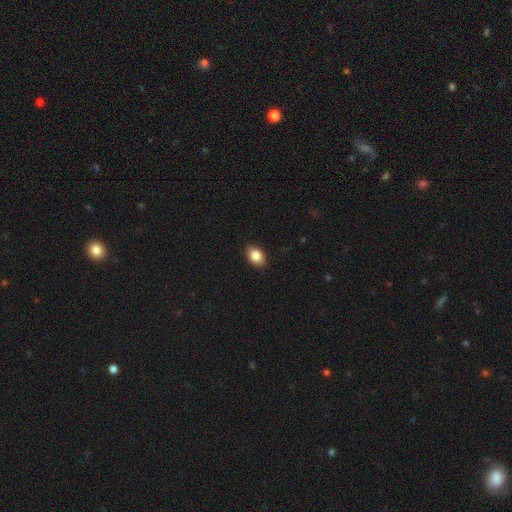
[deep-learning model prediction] Smooth or featured?
  - smooth: 85% *
  - star or artifact: 8%
  - featured or disk: 7%
How rounded?
  - in between: 84% *
  - round: 14%
  - cigar-shaped: 2%
Merging?
  - none: 87% *
  - minor disturbance: 10%
  - major disturbance: 2%
  - merger: 1%